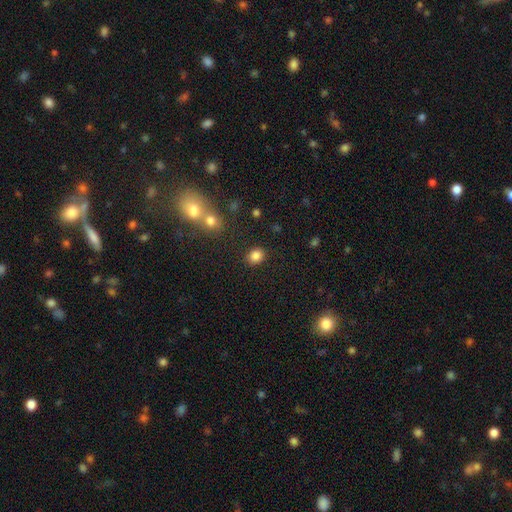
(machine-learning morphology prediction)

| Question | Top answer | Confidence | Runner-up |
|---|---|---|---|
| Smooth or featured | smooth | 84% | star or artifact (11%) |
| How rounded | round | 53% | in between (46%) |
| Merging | none | 84% | minor disturbance (9%) |